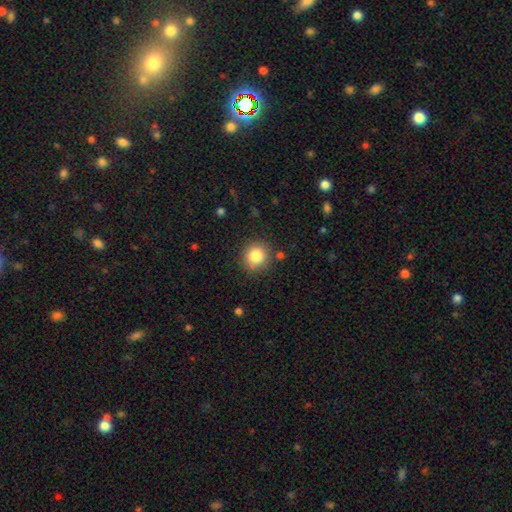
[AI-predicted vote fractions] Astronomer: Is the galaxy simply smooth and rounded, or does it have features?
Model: smooth — 84%.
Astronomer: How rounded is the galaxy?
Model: round — 88%.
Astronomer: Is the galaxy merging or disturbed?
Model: none — 84%.